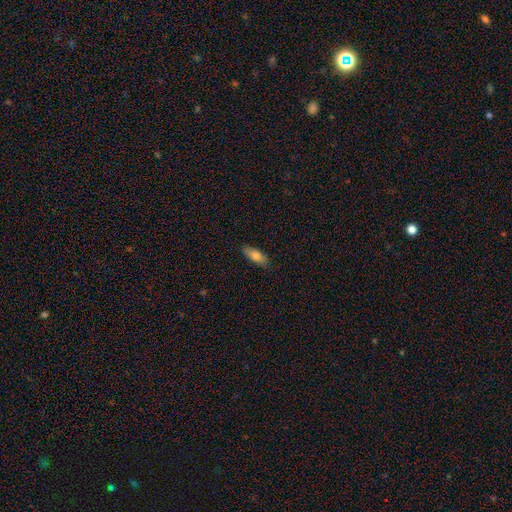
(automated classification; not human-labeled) A smooth galaxy with no disk features (77%) that is in between round and cigar-shaped (73%).

Vote fractions:
- Smooth or featured? smooth: 77% / featured or disk: 17% / star or artifact: 7%
- How rounded? in between: 73% / cigar-shaped: 25% / round: 2%
- Merging? none: 86% / minor disturbance: 11% / major disturbance: 2% / merger: 1%